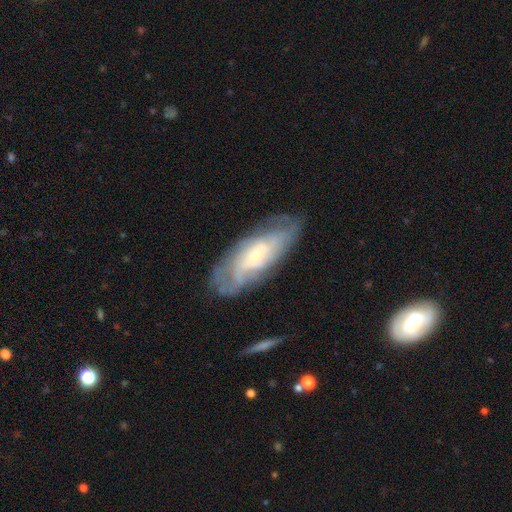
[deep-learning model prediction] featured or disk 71%, smooth 23%, star or artifact 7%. Down the decision tree: edge-on disk — no (87%); bar — no (66%); spiral arms — yes (84%); spiral arm count — can't tell (53%); spiral winding — tight (51%); bulge size — small (69%); merging — none (70%).